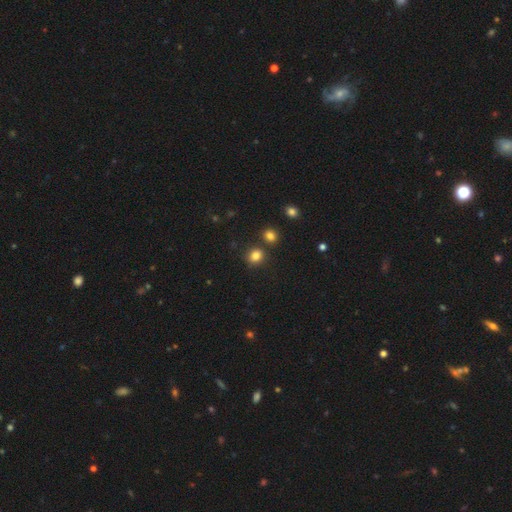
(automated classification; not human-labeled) Smooth or featured? smooth (82%)
How rounded? round (70%)
Merging? none (79%)